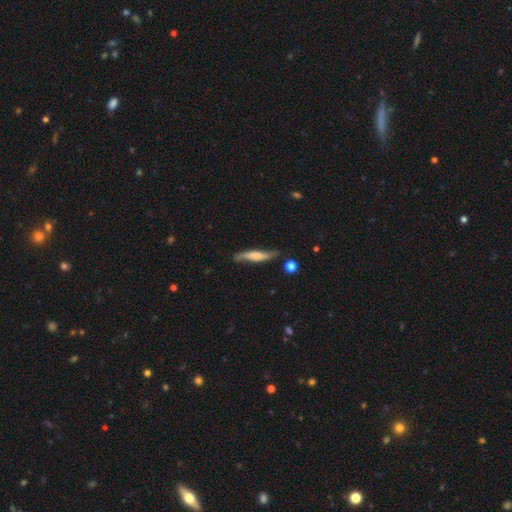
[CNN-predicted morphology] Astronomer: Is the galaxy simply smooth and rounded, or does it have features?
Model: featured or disk — 52% (runner-up: smooth, 42%).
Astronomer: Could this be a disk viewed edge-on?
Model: yes — 70%.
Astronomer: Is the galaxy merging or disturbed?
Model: none — 73%.